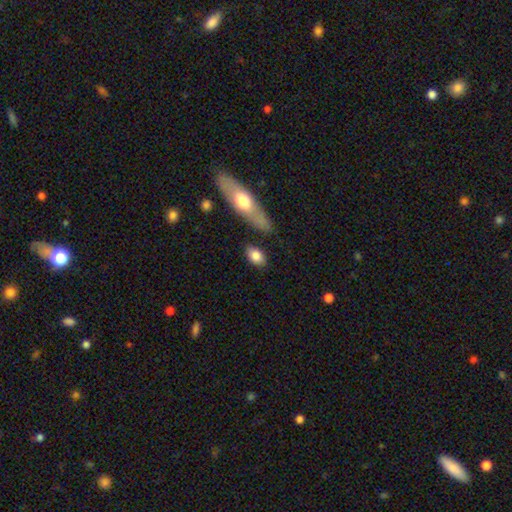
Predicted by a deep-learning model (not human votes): This is clearly a smooth galaxy (82%). How rounded: clearly in between (84%). Merging: likely none (77%).